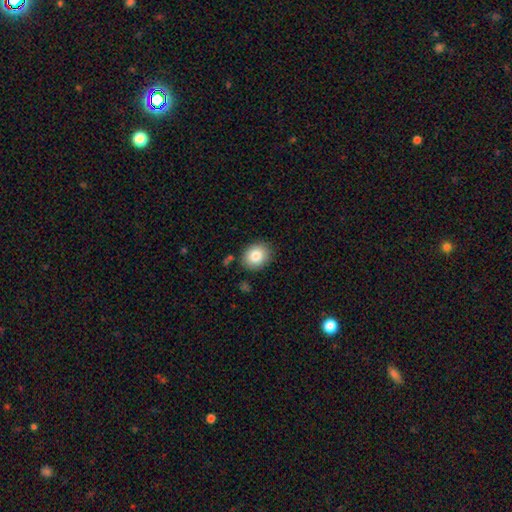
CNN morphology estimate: type=smooth (84%); roundness=round (57%); merging=none (85%).